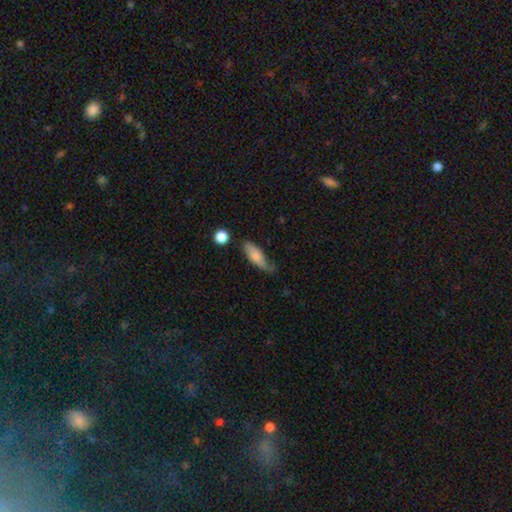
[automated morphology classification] smooth-or-featured: smooth: 73% | featured or disk: 20% | star or artifact: 7%
  how-rounded: in between: 63% | cigar-shaped: 34% | round: 3%
  merging: none: 48% | minor disturbance: 35% | major disturbance: 13% | merger: 4%